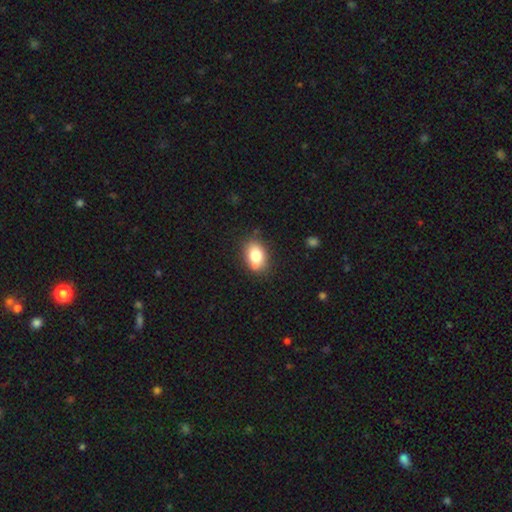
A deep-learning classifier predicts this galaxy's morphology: Smooth or featured: smooth — 79% (featured or disk — 12%)
How rounded: in between — 78% (round — 20%)
Merging: none — 71% (minor disturbance — 17%)